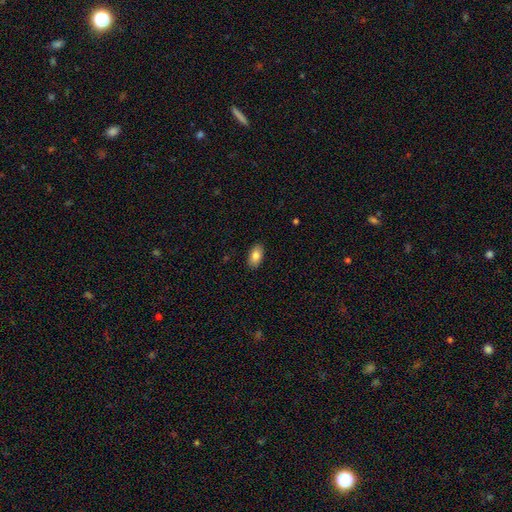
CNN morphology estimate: smooth-or-featured: smooth: 82% | featured or disk: 11% | star or artifact: 7%
  how-rounded: in between: 93% | round: 4% | cigar-shaped: 2%
  merging: none: 89% | minor disturbance: 8% | major disturbance: 2% | merger: 1%